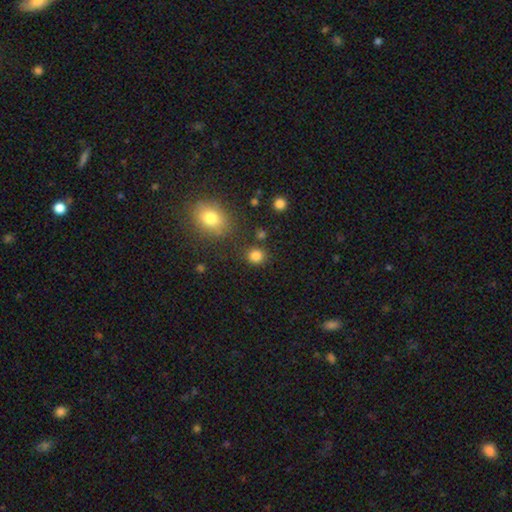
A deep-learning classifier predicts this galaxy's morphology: Overall: smooth (83%). How rounded: round (85%). Merging: none (84%).